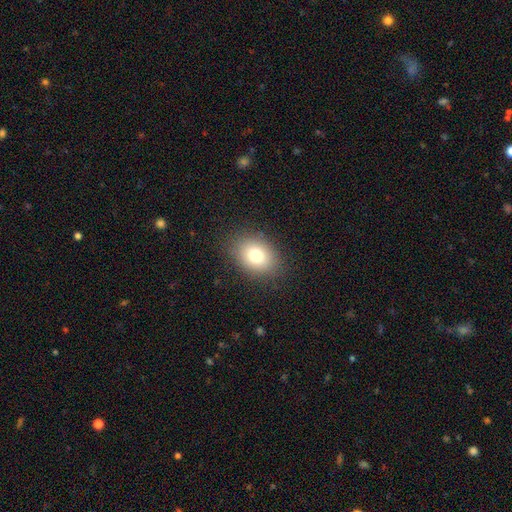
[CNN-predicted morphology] The model was most divided on "how rounded": in between: 65%, round: 34%, cigar-shaped: 1%. More confident: merging — none (85%); smooth or featured — smooth (78%).